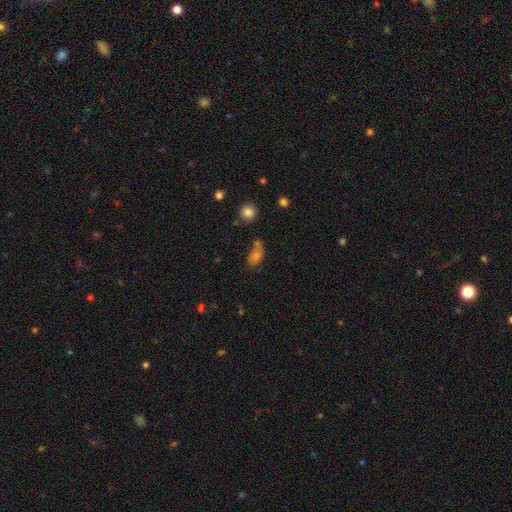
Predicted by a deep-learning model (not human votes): A smooth galaxy with no disk features (62%) that is in between round and cigar-shaped (76%).

Vote fractions:
- Smooth or featured? smooth: 62% / star or artifact: 21% / featured or disk: 17%
- How rounded? in between: 76% / round: 20% / cigar-shaped: 4%
- Merging? none: 57% / minor disturbance: 19% / merger: 17% / major disturbance: 8%